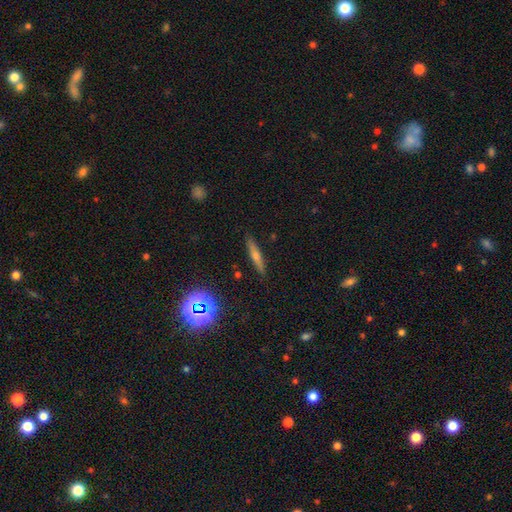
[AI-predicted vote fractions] featured or disk 44%, smooth 43%, star or artifact 13%. Down the decision tree: merging — none (89%).